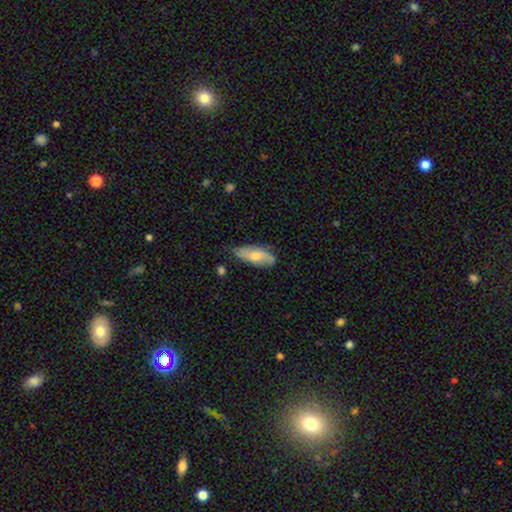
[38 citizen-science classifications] A featured or disk galaxy (61%) with no bar (64%), tight (62%) spiral arms (93%) and a moderate central bulge (64%). Merging: none (70%).